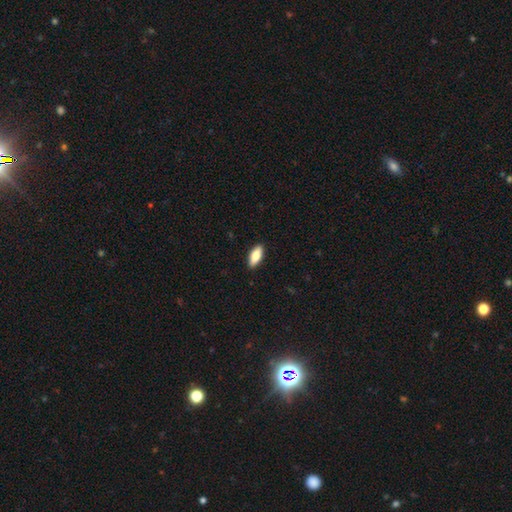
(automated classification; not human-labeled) Morphology: type=smooth (77%); roundness=in between (76%); merging=none (90%).